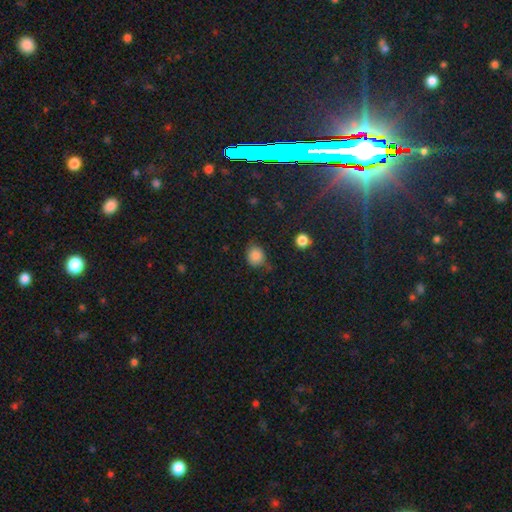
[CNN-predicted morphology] Smooth or featured? Predicted: smooth (p=0.83). How rounded? Predicted: round (p=0.75). Merging? Predicted: none (p=0.74).